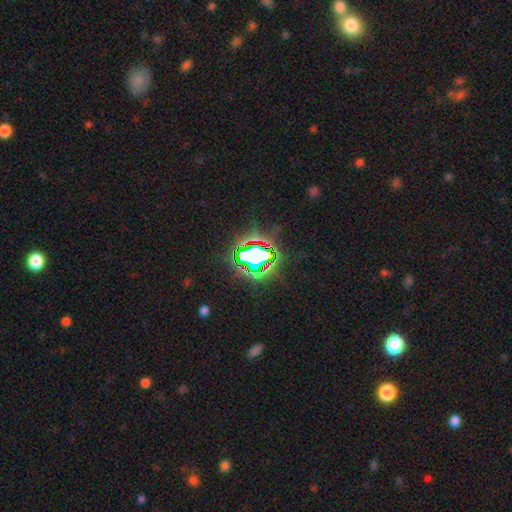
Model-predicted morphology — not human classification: Q: Smooth or featured?
A: star or artifact (72%); runner-up: smooth (15%)